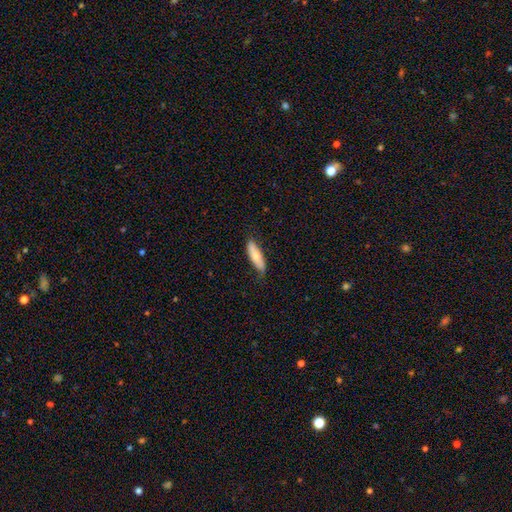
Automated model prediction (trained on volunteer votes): This is likely a smooth galaxy (67%). How rounded: possibly cigar-shaped (53%). Merging: likely none (71%).